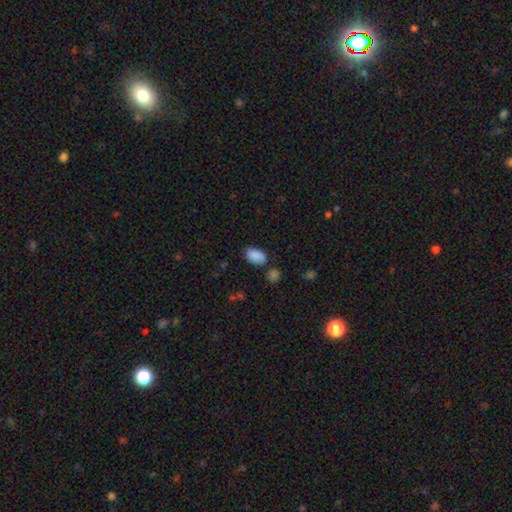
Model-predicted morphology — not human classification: Smooth or featured? Predicted: smooth (p=0.88). How rounded? Predicted: in between (p=0.93). Merging? Predicted: none (p=0.74).